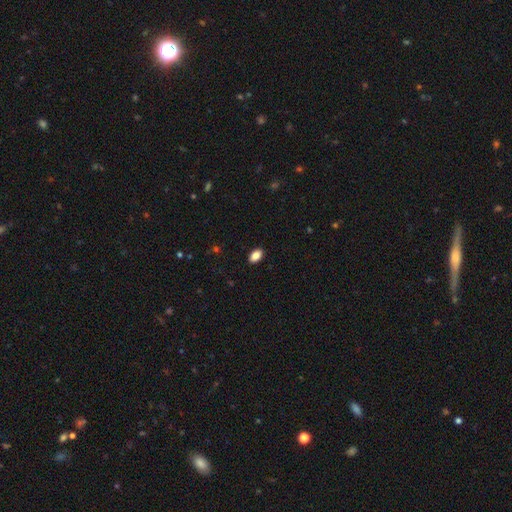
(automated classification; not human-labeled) smooth 86%, star or artifact 8%, featured or disk 6%. Down the decision tree: how rounded — in between (91%); merging — none (90%).